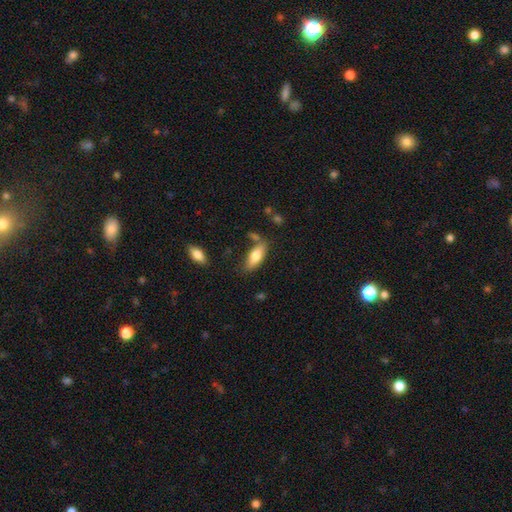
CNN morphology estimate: A smooth galaxy with no disk features (75%) that is in between round and cigar-shaped (70%). Merging: none (68%).